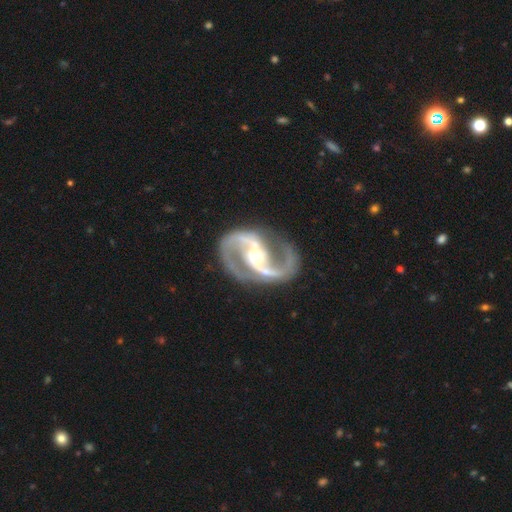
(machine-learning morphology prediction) This appears to be a featured or disk galaxy (94%) with a strong bar (45%), 2 (94%) medium (63%) spiral arms (98%) and a moderate central bulge (59%). Merging: none (80%).